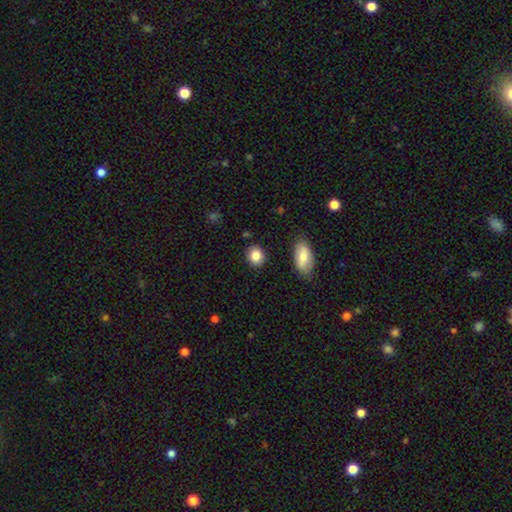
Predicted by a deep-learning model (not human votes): Smooth or featured?
  - smooth: 86% *
  - star or artifact: 8%
  - featured or disk: 6%
How rounded?
  - round: 68% *
  - in between: 30%
  - cigar-shaped: 1%
Merging?
  - none: 87% *
  - minor disturbance: 9%
  - merger: 3%
  - major disturbance: 2%